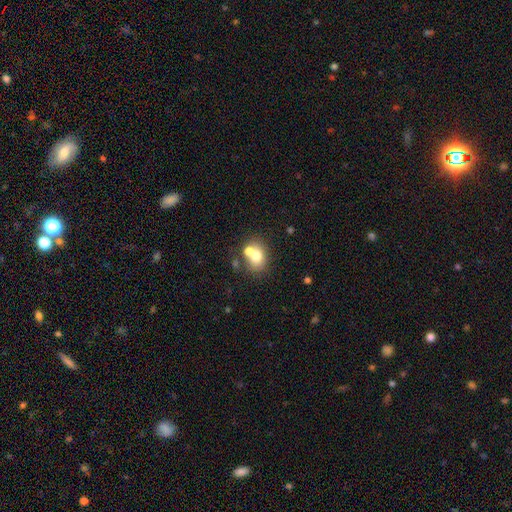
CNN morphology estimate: A smooth galaxy with no disk features (70%) that is round (56%). Merging: none (45%).